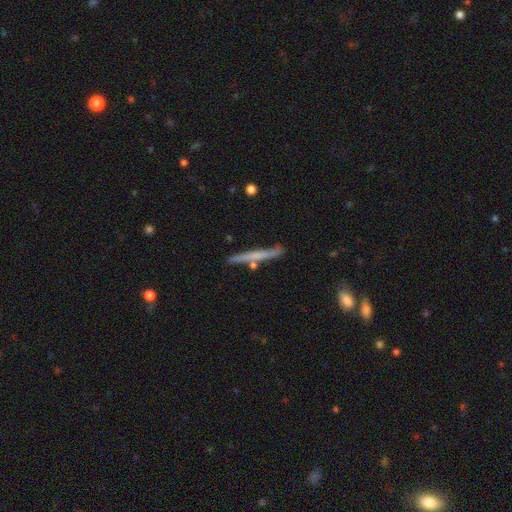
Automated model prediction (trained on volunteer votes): Smooth or featured: featured or disk — 49% (smooth — 45%)
Merging: none — 81% (minor disturbance — 12%)